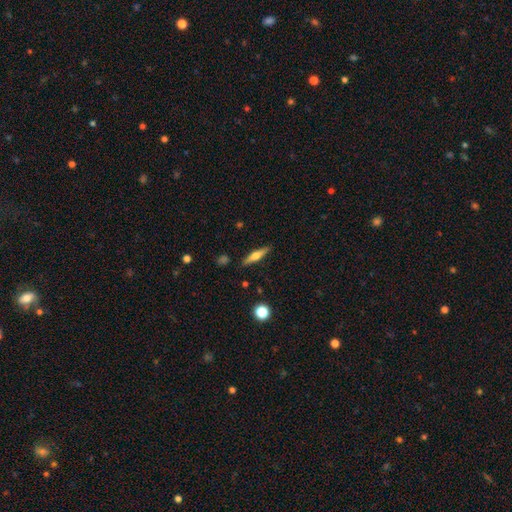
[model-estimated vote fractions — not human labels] The model was most divided on "smooth or featured": featured or disk: 53%, smooth: 41%, star or artifact: 7%. More confident: edge-on disk — yes (95%); edge-on bulge — rounded (90%); merging — none (88%).